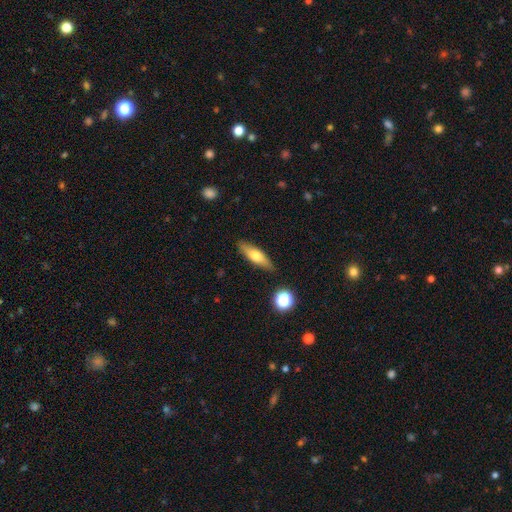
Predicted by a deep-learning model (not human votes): A smooth galaxy with no disk features (60%) that is cigar-shaped (53%). Merging: none (86%).